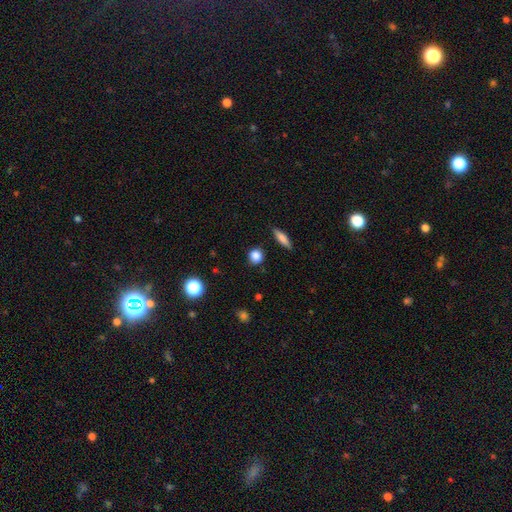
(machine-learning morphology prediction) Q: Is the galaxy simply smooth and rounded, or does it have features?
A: smooth — 84%.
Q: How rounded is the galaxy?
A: round — 84%.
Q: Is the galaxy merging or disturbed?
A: none — 86%.